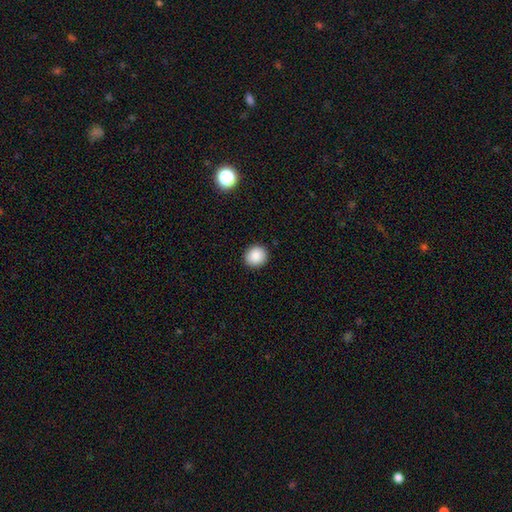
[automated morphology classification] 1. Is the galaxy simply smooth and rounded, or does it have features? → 89% smooth, 8% star or artifact, 3% featured or disk.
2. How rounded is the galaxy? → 82% round, 17% in between, 1% cigar-shaped.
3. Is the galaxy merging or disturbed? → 92% none, 6% minor disturbance, 2% major disturbance, 1% merger.